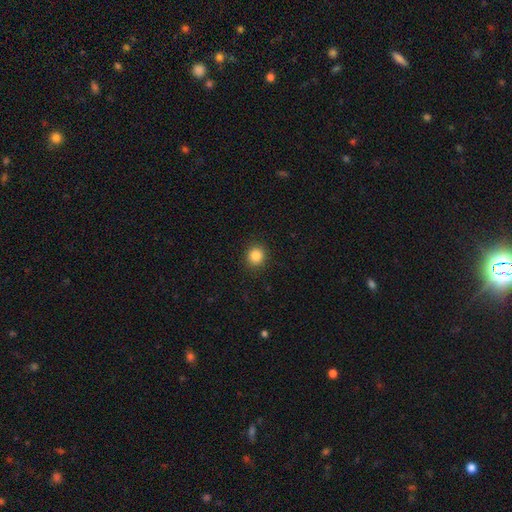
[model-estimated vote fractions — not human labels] smooth_or_featured: smooth (p=0.86) [alt: star or artifact p=0.11]
how_rounded: round (p=0.89) [alt: in between p=0.11]
merging: none (p=0.91) [alt: minor disturbance p=0.06]